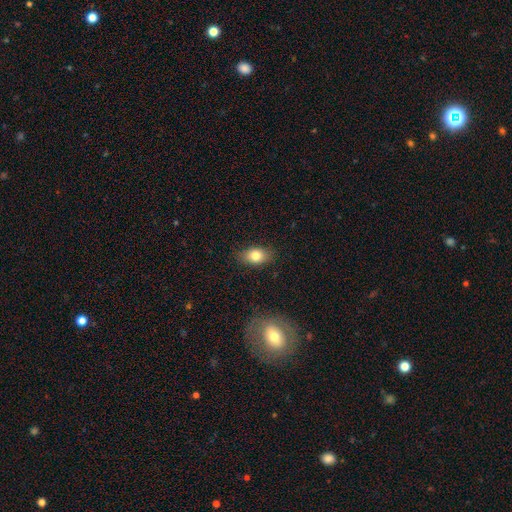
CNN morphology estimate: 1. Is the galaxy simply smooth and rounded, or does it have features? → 80% smooth, 12% featured or disk, 9% star or artifact.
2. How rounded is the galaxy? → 83% in between, 15% round, 2% cigar-shaped.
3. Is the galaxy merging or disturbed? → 85% none, 12% minor disturbance, 3% major disturbance, 1% merger.